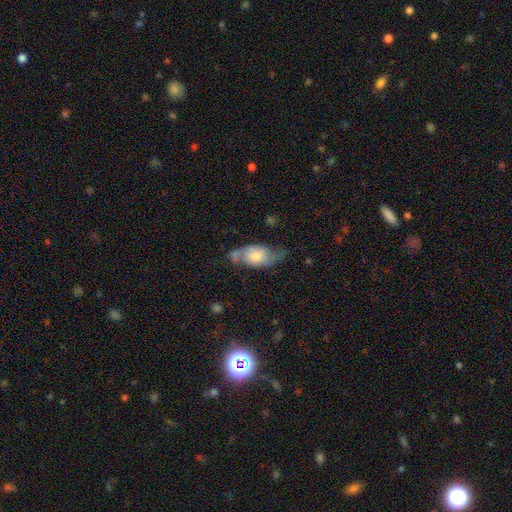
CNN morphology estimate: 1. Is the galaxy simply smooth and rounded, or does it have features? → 51% featured or disk, 42% smooth, 8% star or artifact.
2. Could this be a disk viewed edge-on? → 86% no, 14% yes.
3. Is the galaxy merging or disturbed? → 53% none, 28% minor disturbance, 12% major disturbance, 7% merger.